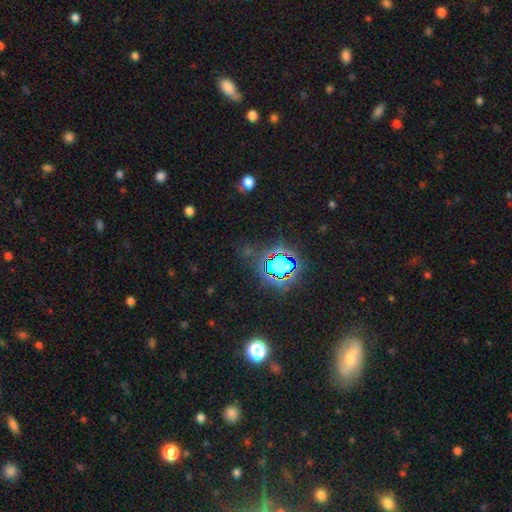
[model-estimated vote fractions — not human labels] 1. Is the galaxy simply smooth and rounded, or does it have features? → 77% star or artifact, 14% smooth, 9% featured or disk.